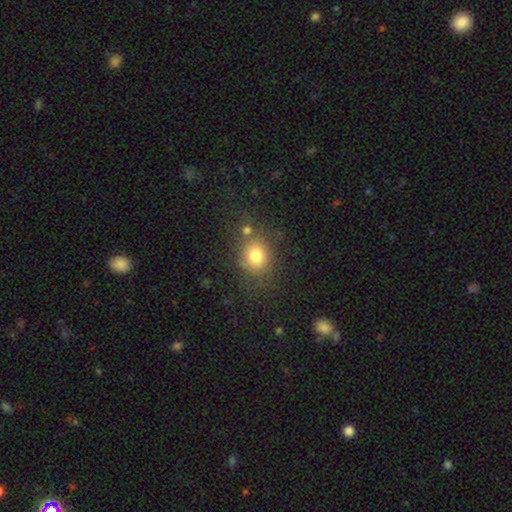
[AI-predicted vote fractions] This is likely a smooth galaxy (78%). How rounded: likely round (68%). Merging: likely none (67%).